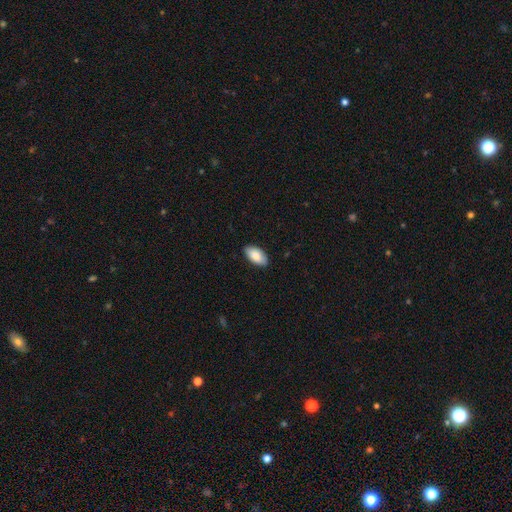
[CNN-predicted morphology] type=smooth (85%); roundness=in between (95%); merging=none (86%).